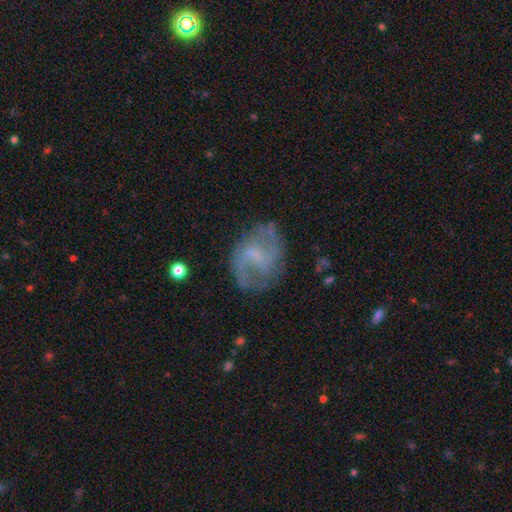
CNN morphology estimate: Smooth or featured? Predicted: featured or disk (p=0.78). Edge-on disk? Predicted: no (p=0.98). Bar? Predicted: weak (p=0.52). Spiral arms? Predicted: yes (p=0.90). Spiral winding? Predicted: medium (p=0.47). Spiral arm count? Predicted: 2 (p=0.81). Bulge size? Predicted: small (p=0.45). Merging? Predicted: none (p=0.71).